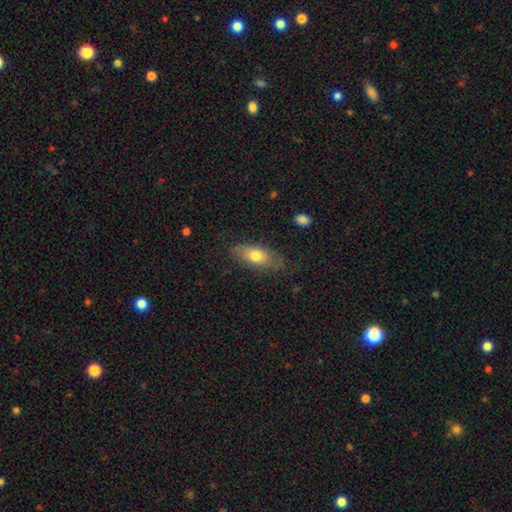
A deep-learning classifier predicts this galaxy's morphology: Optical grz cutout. It shows a smooth galaxy with no disk features (67%) that is in between round and cigar-shaped (80%). Merging: none (72%).